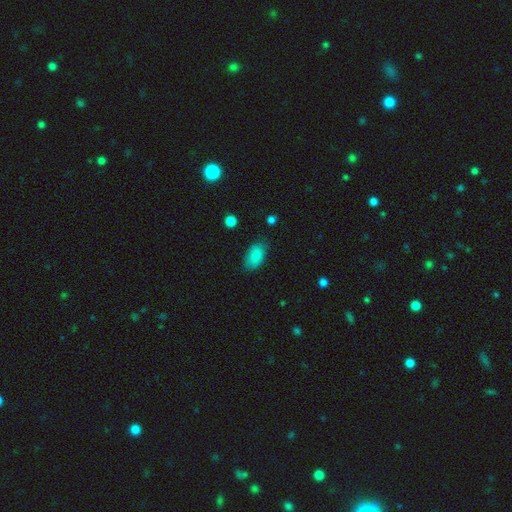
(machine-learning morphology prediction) This appears to be a smooth galaxy with no disk features (86%) that is in between round and cigar-shaped (93%). Merging: none (80%).